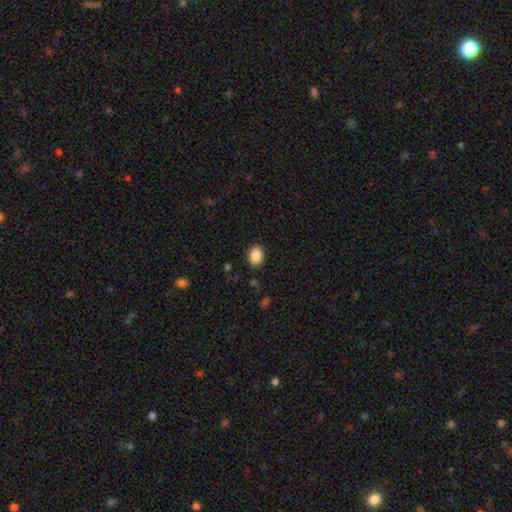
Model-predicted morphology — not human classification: The model was most divided on "how rounded": in between: 71%, round: 28%, cigar-shaped: 1%. More confident: smooth or featured — smooth (87%); merging — none (87%).